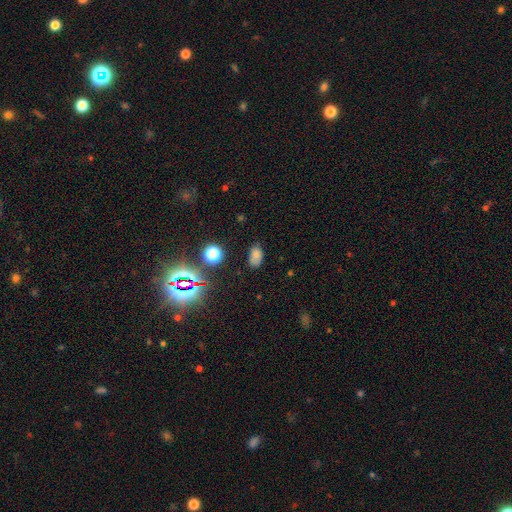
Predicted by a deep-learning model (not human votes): smooth 72%, star or artifact 19%, featured or disk 9%. Down the decision tree: how rounded — in between (89%); merging — none (68%).